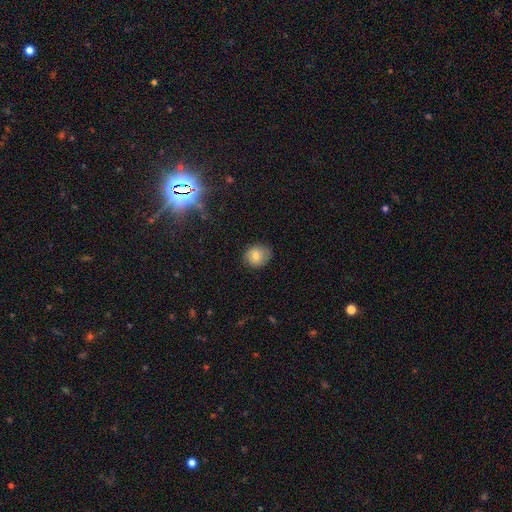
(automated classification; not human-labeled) Q: Smooth or featured?
A: smooth (73%); runner-up: featured or disk (16%)
Q: How rounded?
A: round (66%); runner-up: in between (33%)
Q: Merging?
A: none (78%); runner-up: minor disturbance (17%)